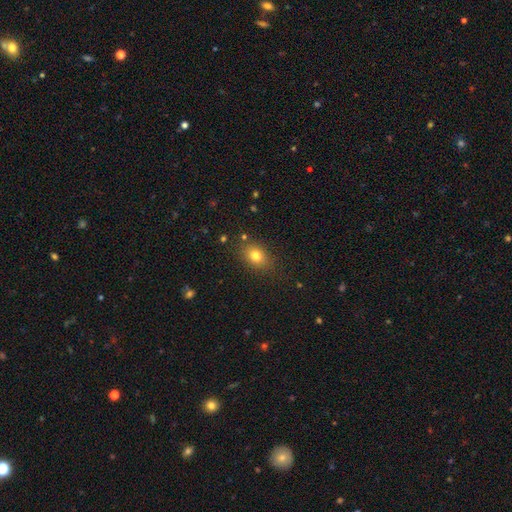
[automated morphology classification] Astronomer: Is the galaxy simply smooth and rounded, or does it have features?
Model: smooth — 77%.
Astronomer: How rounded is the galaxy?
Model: in between — 68%.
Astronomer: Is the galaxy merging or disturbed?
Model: none — 83%.